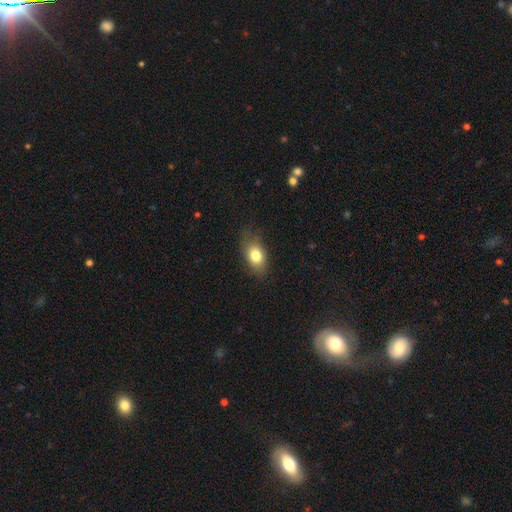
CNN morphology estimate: Overall: smooth (79%). How rounded: in between (83%). Merging: none (72%).